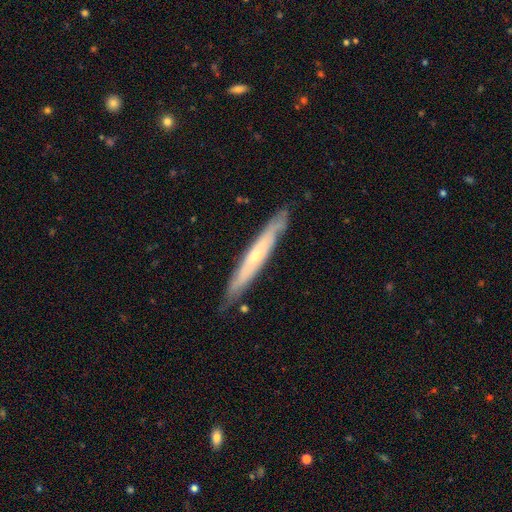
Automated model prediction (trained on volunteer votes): Smooth or featured: featured or disk — 61% (smooth — 34%)
Edge-on disk: yes — 80% (no — 20%)
Merging: none — 83% (minor disturbance — 13%)